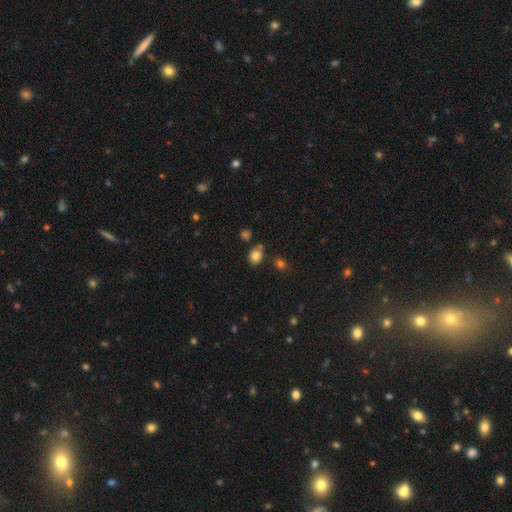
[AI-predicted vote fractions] Morphology: type=smooth (82%); roundness=round (60%); merging=none (75%).